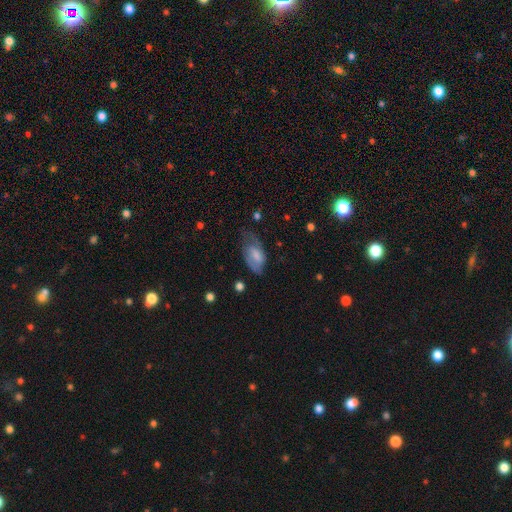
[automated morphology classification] Smooth or featured? Predicted: smooth (p=0.57). How rounded? Predicted: in between (p=0.90). Merging? Predicted: none (p=0.37).